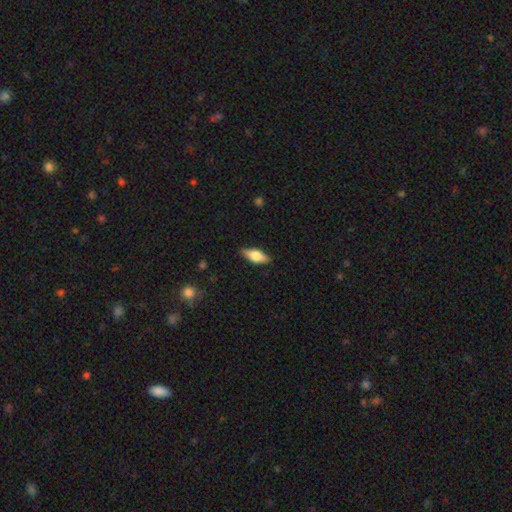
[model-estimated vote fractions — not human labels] smooth-or-featured: smooth: 58% | featured or disk: 35% | star or artifact: 7%
  how-rounded: in between: 72% | cigar-shaped: 25% | round: 3%
  merging: none: 86% | minor disturbance: 11% | major disturbance: 2% | merger: 1%